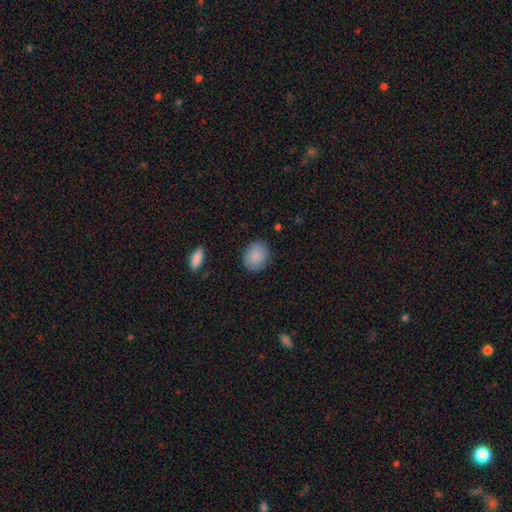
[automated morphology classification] This appears to be a smooth galaxy with no disk features (87%) that is round (65%). Merging: none (85%).